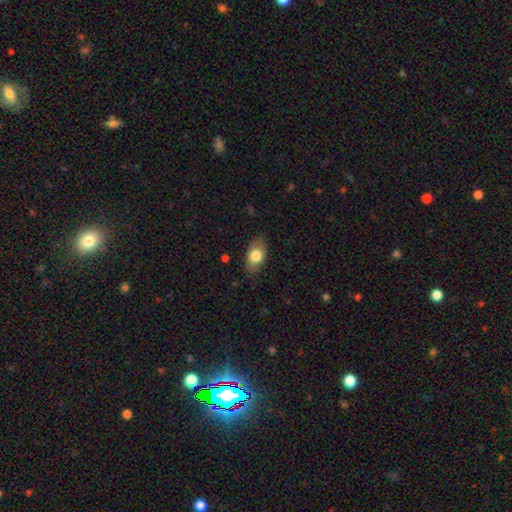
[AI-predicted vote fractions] A smooth galaxy with no disk features (78%) that is in between round and cigar-shaped (88%).

Vote fractions:
- Smooth or featured? smooth: 78% / featured or disk: 15% / star or artifact: 7%
- How rounded? in between: 88% / round: 10% / cigar-shaped: 2%
- Merging? none: 81% / minor disturbance: 14% / major disturbance: 4% / merger: 1%